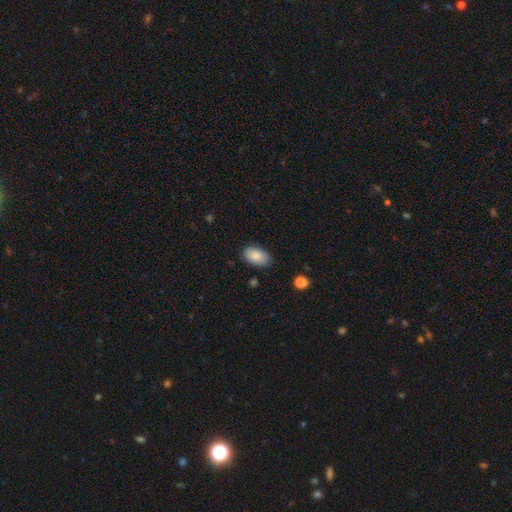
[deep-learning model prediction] smooth-or-featured: smooth: 87% | star or artifact: 7% | featured or disk: 6%
  how-rounded: in between: 94% | round: 5% | cigar-shaped: 1%
  merging: none: 83% | minor disturbance: 13% | major disturbance: 3% | merger: 1%